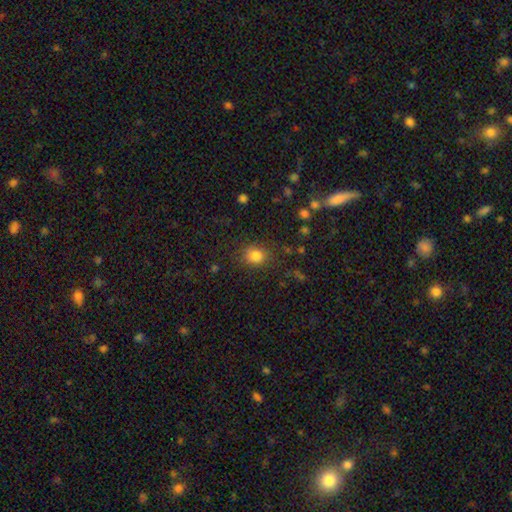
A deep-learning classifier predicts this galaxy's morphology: Smooth or featured?
  - smooth: 82% *
  - star or artifact: 12%
  - featured or disk: 6%
How rounded?
  - round: 67% *
  - in between: 32%
  - cigar-shaped: 1%
Merging?
  - none: 83% *
  - minor disturbance: 11%
  - major disturbance: 4%
  - merger: 2%